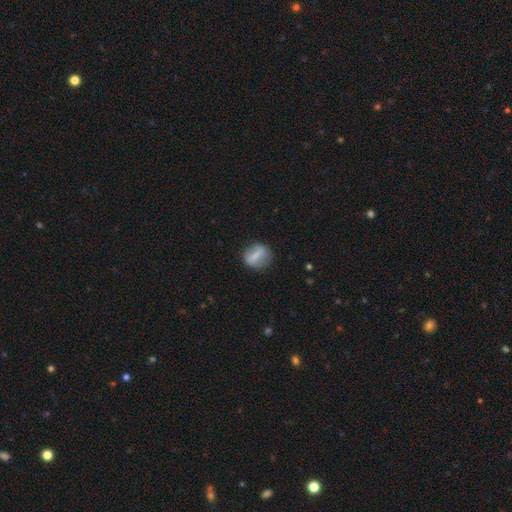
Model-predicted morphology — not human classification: Smooth or featured? Predicted: smooth (p=0.55). How rounded? Predicted: round (p=0.57). Merging? Predicted: none (p=0.79).